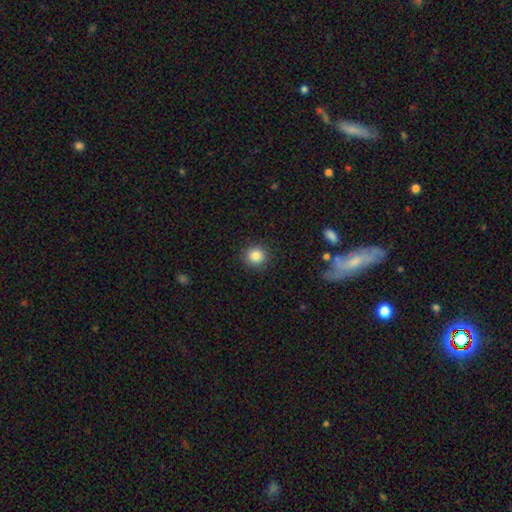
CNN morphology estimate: Smooth or featured? smooth (85%)
How rounded? round (92%)
Merging? none (91%)